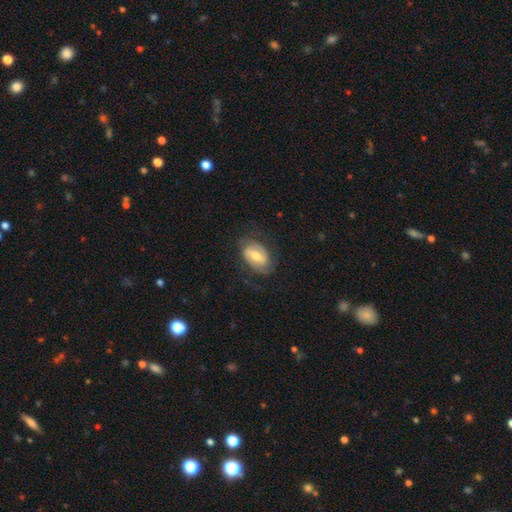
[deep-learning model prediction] A featured or disk galaxy (61%) with a weak bar (48%), spiral arms (80%) and a moderate central bulge (65%).

Vote fractions:
- Smooth or featured? featured or disk: 61% / smooth: 32% / star or artifact: 7%
- Edge-on disk? no: 95% / yes: 5%
- Bar? weak: 48% / no: 26% / strong: 26%
- Spiral arms? yes: 80% / no: 20%
- Bulge size? moderate: 65% / small: 22% / large: 9% / none: 2% / dominant: 1%
- Merging? none: 66% / minor disturbance: 20% / major disturbance: 13% / merger: 1%